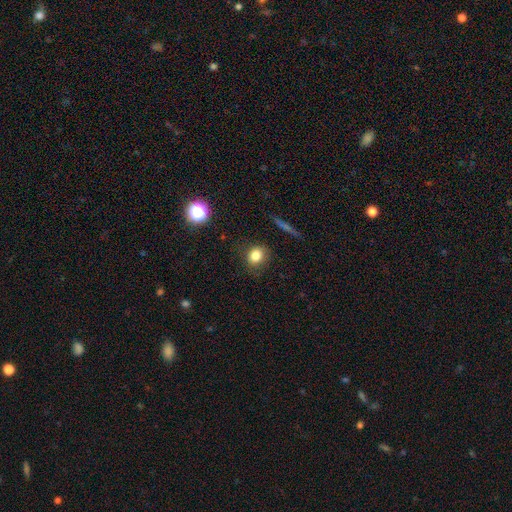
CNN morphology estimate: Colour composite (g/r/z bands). It shows a smooth galaxy with no disk features (80%) that is round (71%). Merging: none (80%).